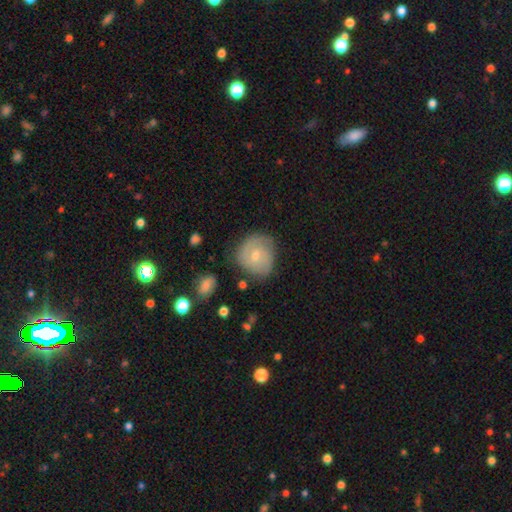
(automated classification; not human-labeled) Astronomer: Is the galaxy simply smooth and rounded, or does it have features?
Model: smooth — 51% (runner-up: featured or disk, 42%).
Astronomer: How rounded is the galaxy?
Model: round — 81%.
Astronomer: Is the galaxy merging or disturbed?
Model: none — 64%.